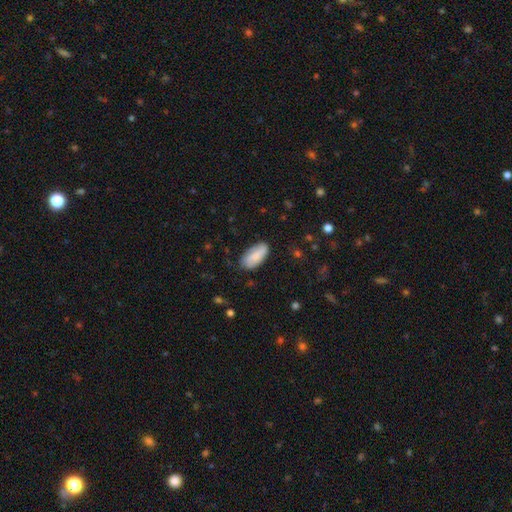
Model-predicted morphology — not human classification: A smooth galaxy with no disk features (77%) that is in between round and cigar-shaped (92%). Merging: none (74%).